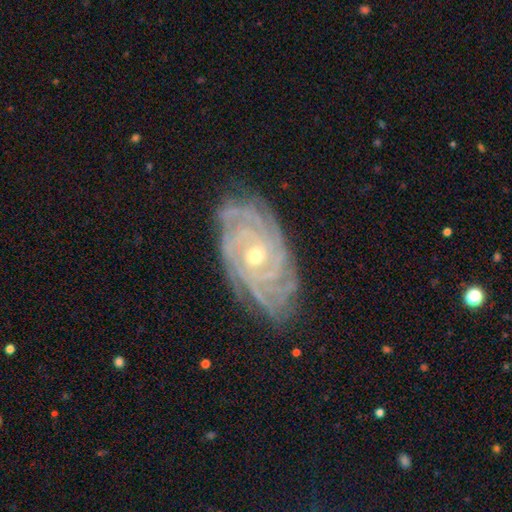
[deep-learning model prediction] A featured or disk galaxy (90%) with no bar (69%), 4 (26%) tight (81%) spiral arms (98%) and a small central bulge (59%).

Vote fractions:
- Smooth or featured? featured or disk: 90% / star or artifact: 6% / smooth: 5%
- Edge-on disk? no: 95% / yes: 5%
- Bar? no: 69% / weak: 23% / strong: 8%
- Spiral arms? yes: 98% / no: 2%
- Spiral winding? tight: 81% / medium: 16% / loose: 3%
- Spiral arm count? 4: 26% / more than 4: 24% / can't tell: 22% / 3: 13% / 2: 8% / 1: 6%
- Bulge size? small: 59% / moderate: 39% / large: 1% / none: 1% / dominant: 1%
- Merging? none: 78% / minor disturbance: 16% / major disturbance: 5% / merger: 1%